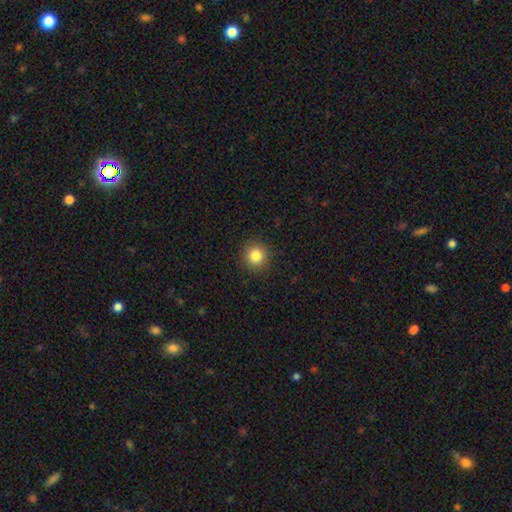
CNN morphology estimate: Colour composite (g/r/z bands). It shows a smooth galaxy with no disk features (83%) that is round (94%). Merging: none (91%).